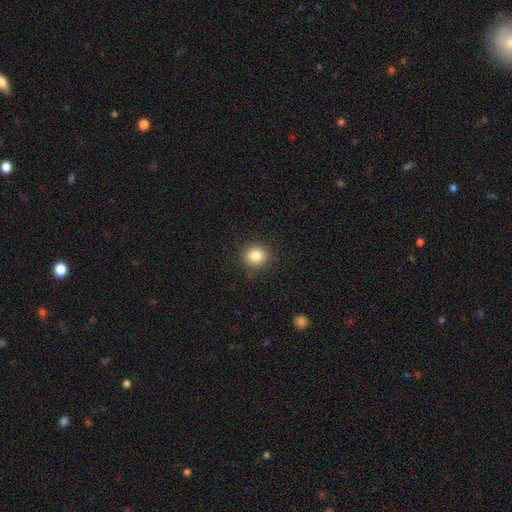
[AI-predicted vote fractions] Overall: smooth (84%). How rounded: round (87%). Merging: none (89%).